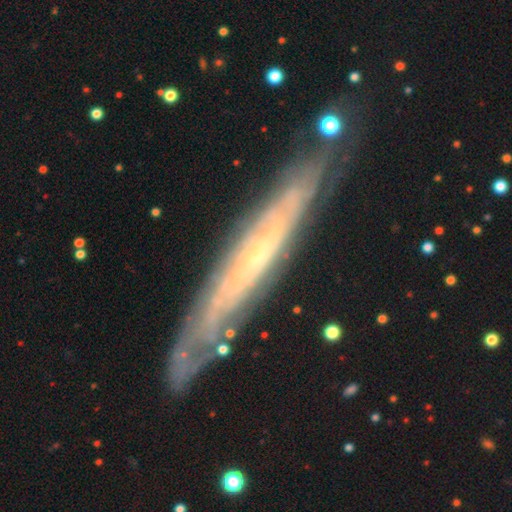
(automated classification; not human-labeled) Smooth or featured: featured or disk — 77% (smooth — 15%)
Edge-on disk: yes — 61% (no — 39%)
Merging: none — 82% (minor disturbance — 13%)